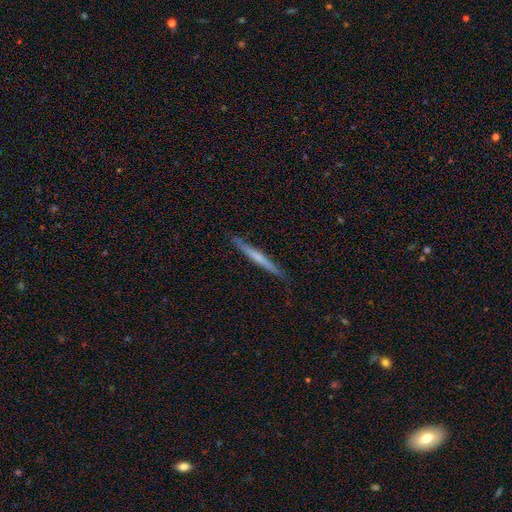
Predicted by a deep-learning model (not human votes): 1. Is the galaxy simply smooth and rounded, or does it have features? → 58% featured or disk, 36% smooth, 6% star or artifact.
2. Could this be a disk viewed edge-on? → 97% yes, 3% no.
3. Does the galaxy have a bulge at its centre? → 65% none, 27% rounded, 8% boxy.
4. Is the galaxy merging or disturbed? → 90% none, 8% minor disturbance, 1% major disturbance, 1% merger.